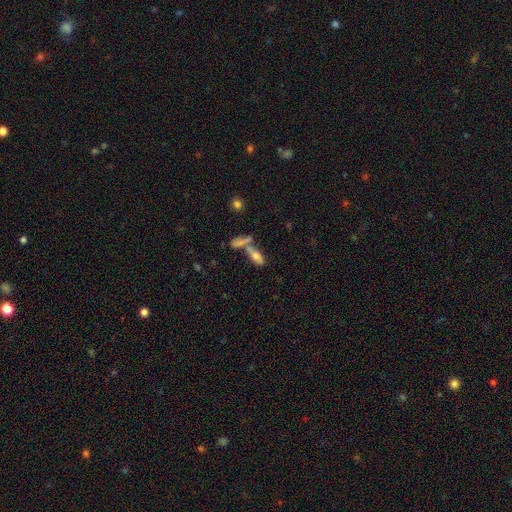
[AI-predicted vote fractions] Q: Smooth or featured?
A: smooth (65%); runner-up: featured or disk (26%)
Q: How rounded?
A: in between (65%); runner-up: cigar-shaped (32%)
Q: Merging?
A: merger (44%); runner-up: none (38%)